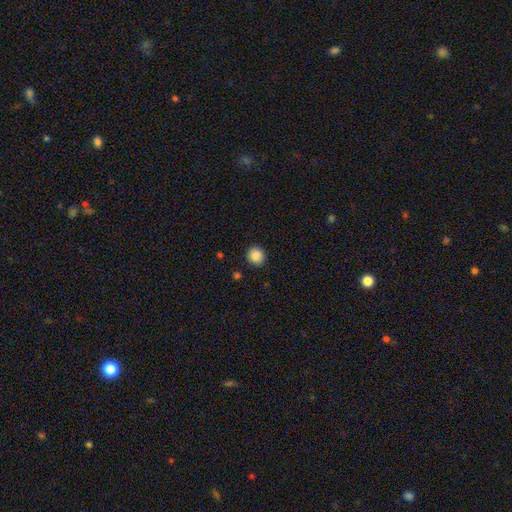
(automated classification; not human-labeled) Overall: smooth (88%). How rounded: round (89%). Merging: none (90%).